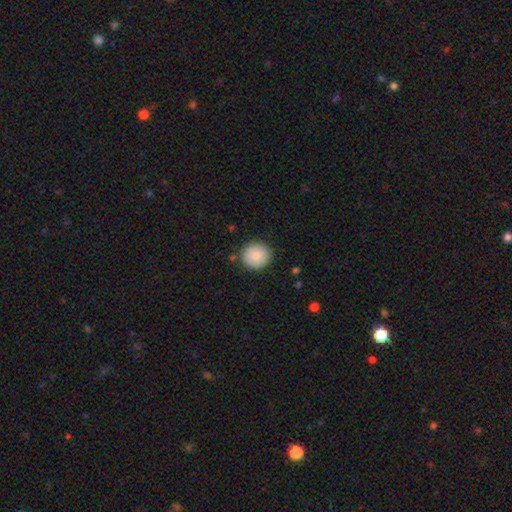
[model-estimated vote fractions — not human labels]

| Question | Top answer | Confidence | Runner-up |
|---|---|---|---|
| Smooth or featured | smooth | 88% | star or artifact (7%) |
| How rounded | round | 91% | in between (8%) |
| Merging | none | 89% | minor disturbance (8%) |